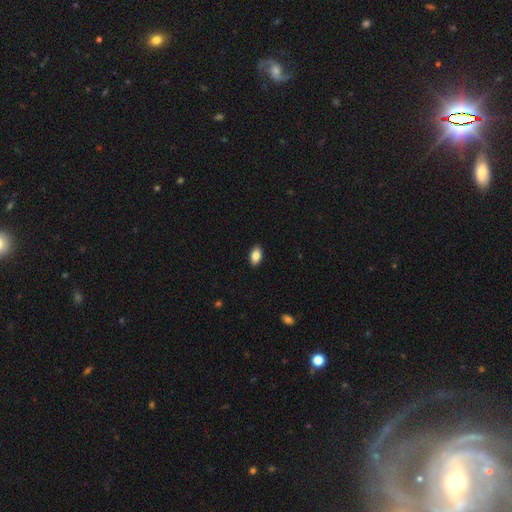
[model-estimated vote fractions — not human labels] A smooth galaxy with no disk features (85%) that is in between round and cigar-shaped (92%).

Vote fractions:
- Smooth or featured? smooth: 85% / featured or disk: 7% / star or artifact: 7%
- How rounded? in between: 92% / round: 5% / cigar-shaped: 2%
- Merging? none: 90% / minor disturbance: 7% / major disturbance: 2% / merger: 1%